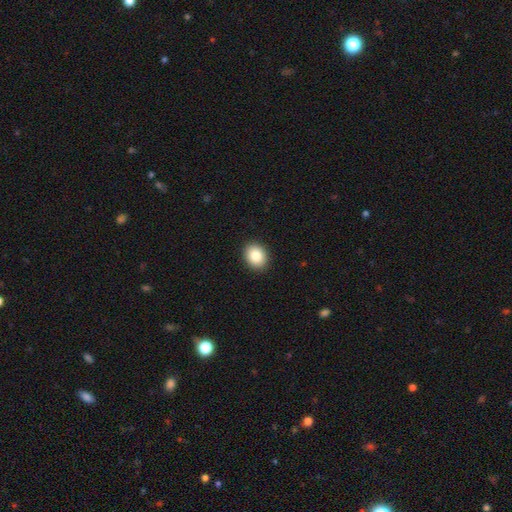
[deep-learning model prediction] The model was most divided on "how rounded": in between: 53%, round: 46%, cigar-shaped: 1%. More confident: merging — none (91%); smooth or featured — smooth (85%).